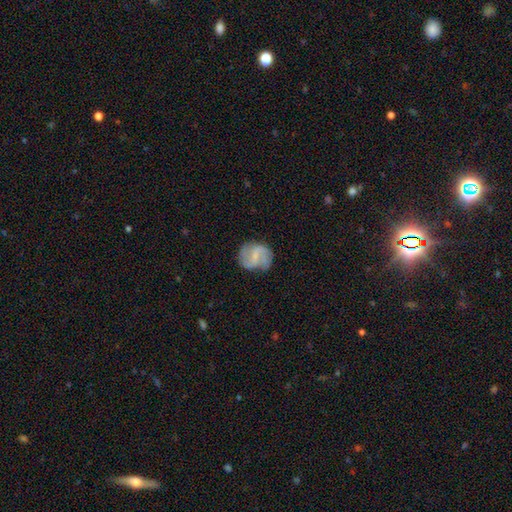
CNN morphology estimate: Smooth or featured? featured or disk (70%)
Edge-on disk? no (98%)
Bar? weak (54%)
Spiral arms? yes (88%)
Spiral winding? medium (43%)
Spiral arm count? 2 (68%)
Bulge size? small (52%)
Merging? none (70%)